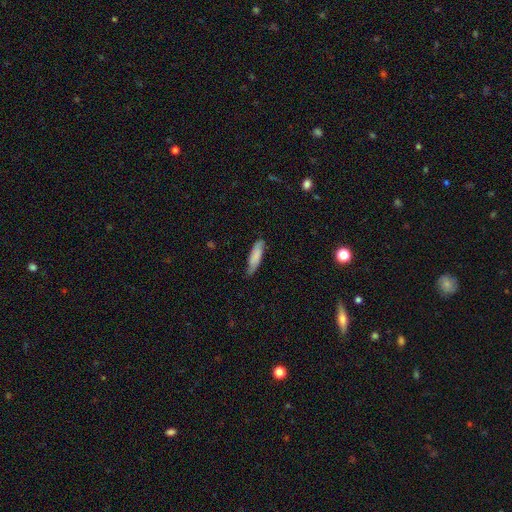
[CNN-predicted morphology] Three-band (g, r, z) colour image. It shows a smooth galaxy with no disk features (71%) that is cigar-shaped (62%). Merging: none (70%).